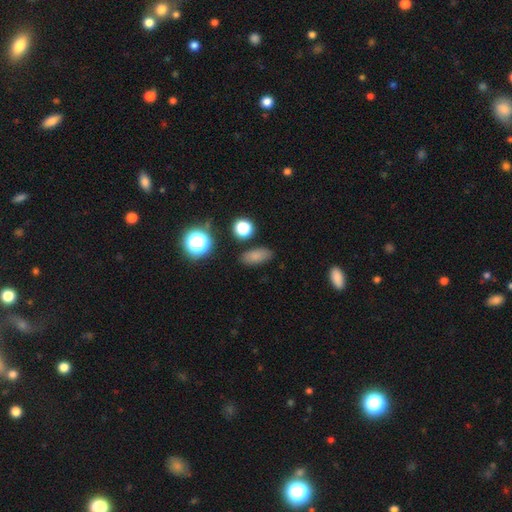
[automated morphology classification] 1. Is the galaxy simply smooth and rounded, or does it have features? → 76% smooth, 16% star or artifact, 8% featured or disk.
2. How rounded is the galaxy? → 78% in between, 12% round, 10% cigar-shaped.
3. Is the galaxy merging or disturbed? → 82% none, 11% minor disturbance, 3% major disturbance, 3% merger.